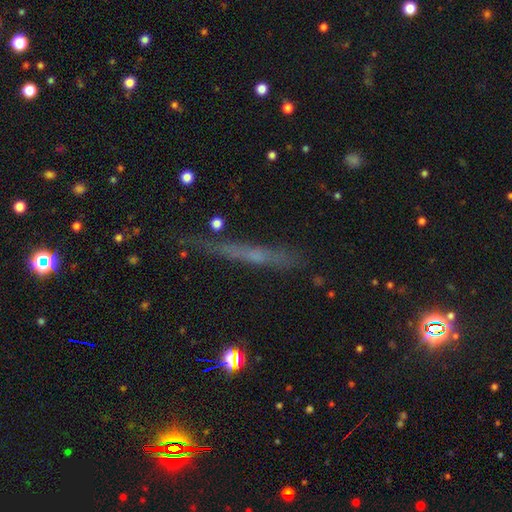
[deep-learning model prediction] Smooth or featured: featured or disk — 48% (smooth — 32%)
Merging: none — 77% (minor disturbance — 15%)